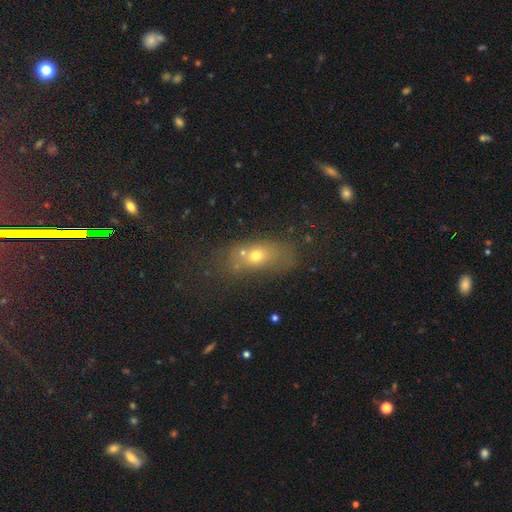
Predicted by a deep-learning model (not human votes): Overall: smooth (54%; star or artifact 24%). How rounded: in between (59%; round 24%). Merging: none (40%; merger 29%).